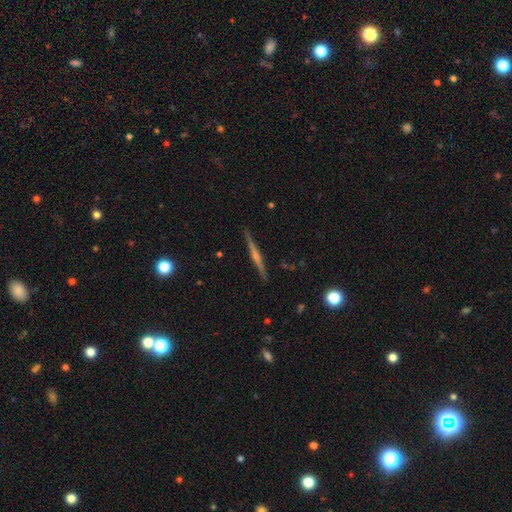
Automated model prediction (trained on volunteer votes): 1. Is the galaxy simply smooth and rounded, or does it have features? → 76% featured or disk, 18% smooth, 6% star or artifact.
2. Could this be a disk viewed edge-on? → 98% yes, 2% no.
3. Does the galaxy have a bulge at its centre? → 68% rounded, 23% none, 9% boxy.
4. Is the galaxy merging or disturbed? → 91% none, 6% minor disturbance, 1% major disturbance, 1% merger.